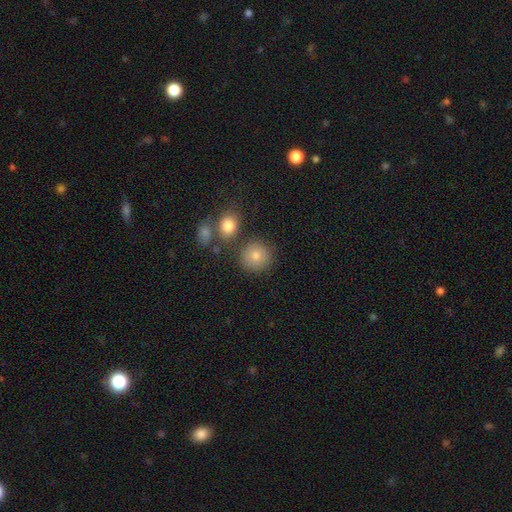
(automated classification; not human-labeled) This is clearly a smooth galaxy (81%). How rounded: clearly round (90%). Merging: likely none (78%).